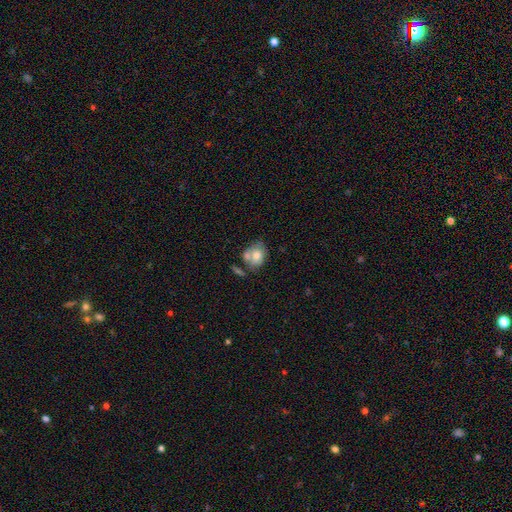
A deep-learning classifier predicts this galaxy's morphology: Smooth or featured?
  - smooth: 72% *
  - featured or disk: 20%
  - star or artifact: 8%
How rounded?
  - in between: 63% *
  - round: 36%
  - cigar-shaped: 1%
Merging?
  - none: 41% *
  - merger: 33%
  - minor disturbance: 19%
  - major disturbance: 8%